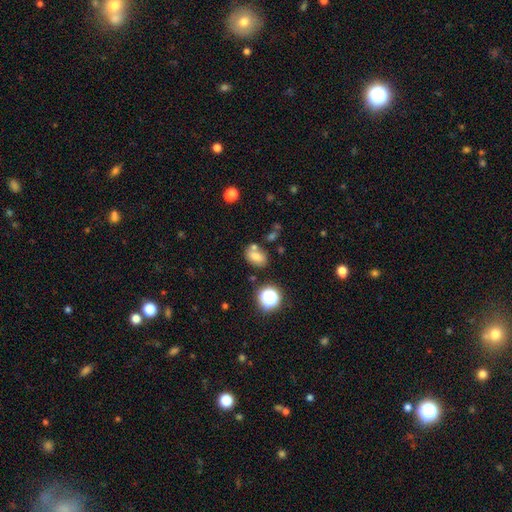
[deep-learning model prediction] The model was most divided on "merging": none: 62%, merger: 19%, minor disturbance: 15%, major disturbance: 5%. More confident: how rounded — in between (75%); smooth or featured — smooth (73%).